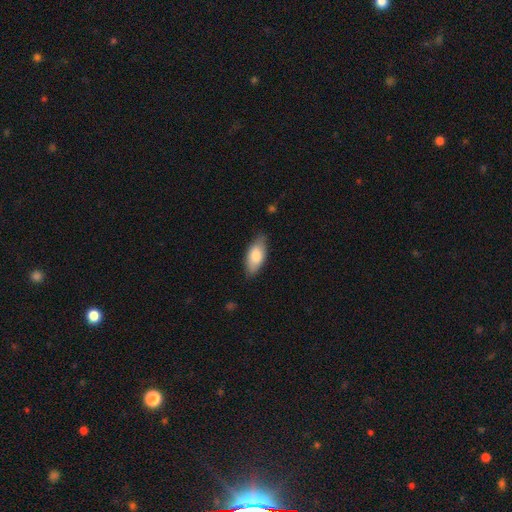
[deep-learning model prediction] Q: Smooth or featured?
A: smooth (78%); runner-up: featured or disk (16%)
Q: How rounded?
A: in between (88%); runner-up: cigar-shaped (10%)
Q: Merging?
A: none (80%); runner-up: minor disturbance (17%)